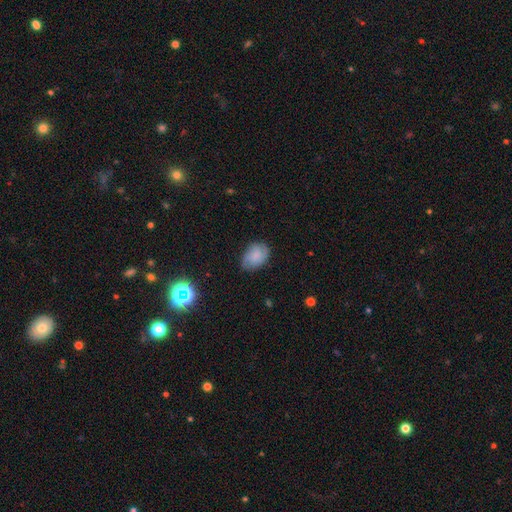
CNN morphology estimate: This appears to be a smooth galaxy with no disk features (68%) that is in between round and cigar-shaped (80%). Merging: none (69%).